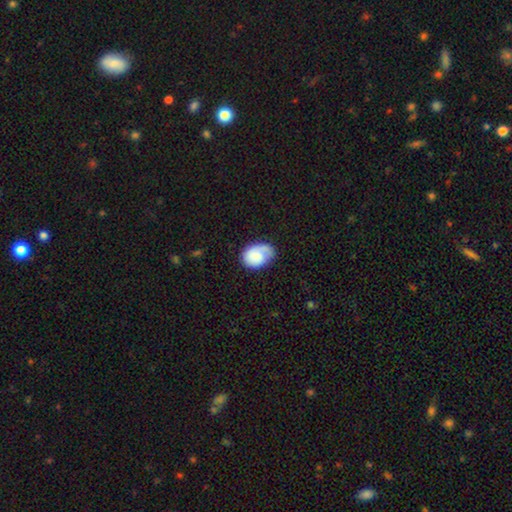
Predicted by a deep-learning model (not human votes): The model was most divided on "merging": none: 55%, minor disturbance: 30%, major disturbance: 13%, merger: 2%. More confident: how rounded — in between (72%); smooth or featured — smooth (61%).